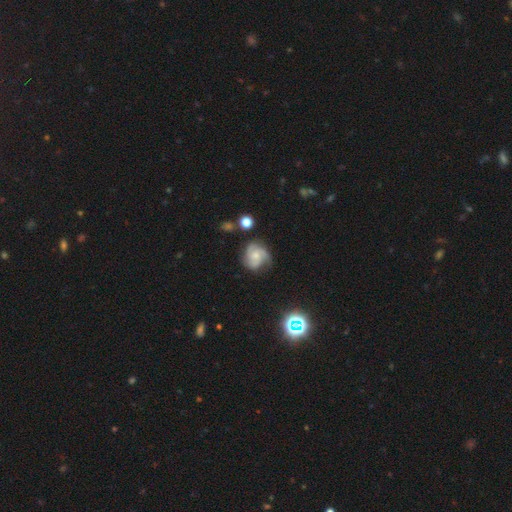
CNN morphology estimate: smooth-or-featured: featured or disk: 75% | smooth: 18% | star or artifact: 7%
  disk-edge-on: no: 98% | yes: 2%
    bar: no: 69% | weak: 27% | strong: 4%
    has-spiral-arms: yes: 95% | no: 5%
      spiral-winding: medium: 47% | tight: 38% | loose: 15%
      spiral-arm-count: 3: 57% | 2: 18% | can't tell: 11% | 4: 7% | 1: 4% | more than 4: 3%
    bulge-size: small: 51% | moderate: 37% | none: 8% | large: 3% | dominant: 1%
  merging: none: 67% | minor disturbance: 22% | major disturbance: 8% | merger: 3%